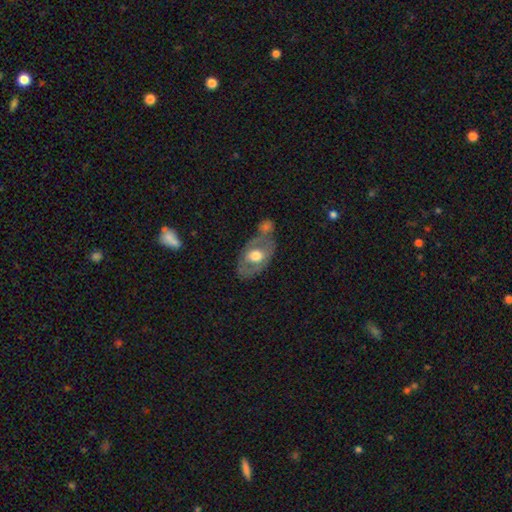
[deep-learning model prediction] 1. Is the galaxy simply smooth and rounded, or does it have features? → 48% featured or disk, 45% smooth, 7% star or artifact.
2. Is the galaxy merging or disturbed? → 47% none, 26% merger, 19% minor disturbance, 9% major disturbance.